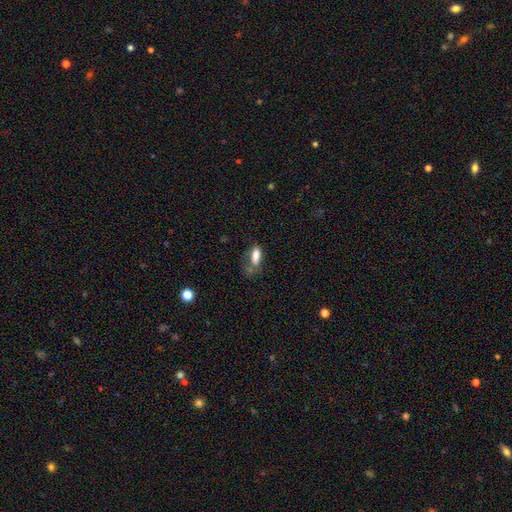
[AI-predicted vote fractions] The model was most divided on "merging": none: 36%, major disturbance: 29%, minor disturbance: 27%, merger: 8%. More confident: smooth or featured — smooth (80%); how rounded — in between (78%).